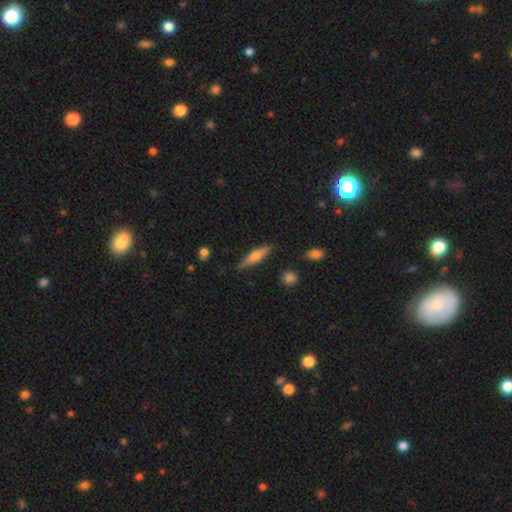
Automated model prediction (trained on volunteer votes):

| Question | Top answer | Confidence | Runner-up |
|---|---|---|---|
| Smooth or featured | smooth | 51% | featured or disk (43%) |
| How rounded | cigar-shaped | 77% | in between (21%) |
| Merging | none | 81% | minor disturbance (14%) |